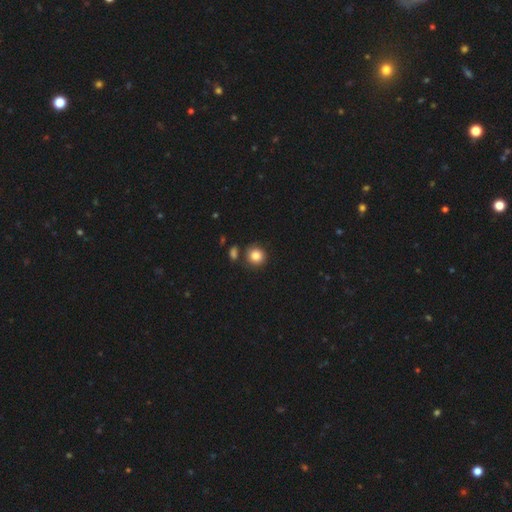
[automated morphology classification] Smooth or featured?
  - smooth: 85% *
  - star or artifact: 9%
  - featured or disk: 6%
How rounded?
  - round: 88% *
  - in between: 11%
  - cigar-shaped: 1%
Merging?
  - none: 79% *
  - minor disturbance: 10%
  - merger: 9%
  - major disturbance: 3%